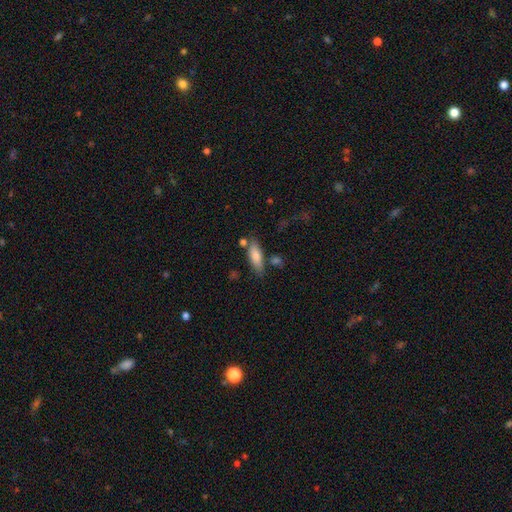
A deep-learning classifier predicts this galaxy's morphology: smooth 79%, featured or disk 14%, star or artifact 7%. Down the decision tree: how rounded — in between (60%); merging — none (70%).